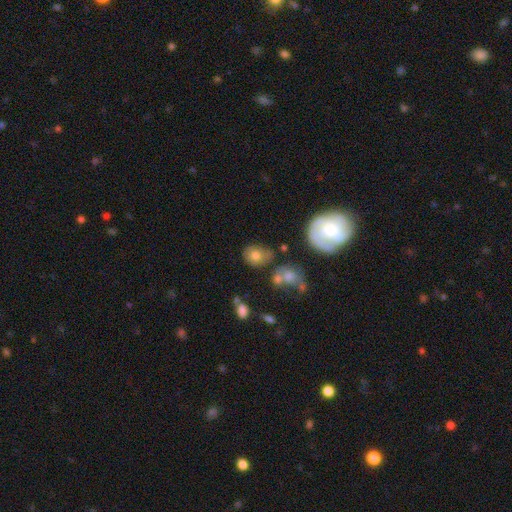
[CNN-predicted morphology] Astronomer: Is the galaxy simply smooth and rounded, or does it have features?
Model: smooth — 72%.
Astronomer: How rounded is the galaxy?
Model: round — 49%, tied with in between at 49%.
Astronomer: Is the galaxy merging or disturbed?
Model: none — 53%.